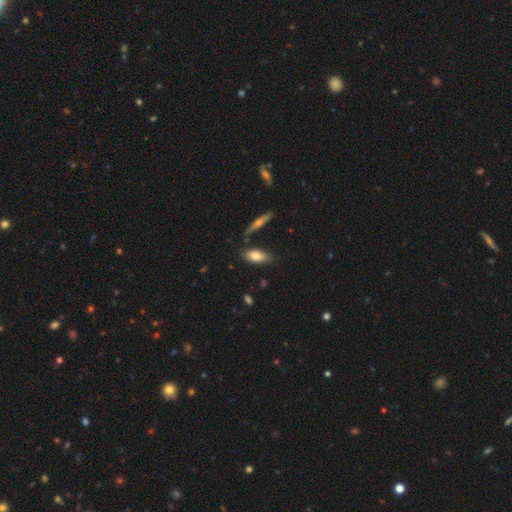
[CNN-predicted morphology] Smooth or featured? smooth (75%)
How rounded? in between (79%)
Merging? none (70%)